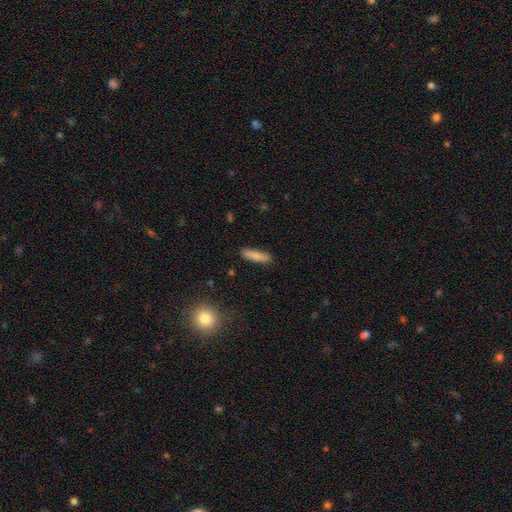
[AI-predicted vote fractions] smooth_or_featured: smooth (p=0.77) [alt: featured or disk p=0.16]
how_rounded: cigar-shaped (p=0.76) [alt: in between p=0.22]
merging: none (p=0.87) [alt: minor disturbance p=0.09]